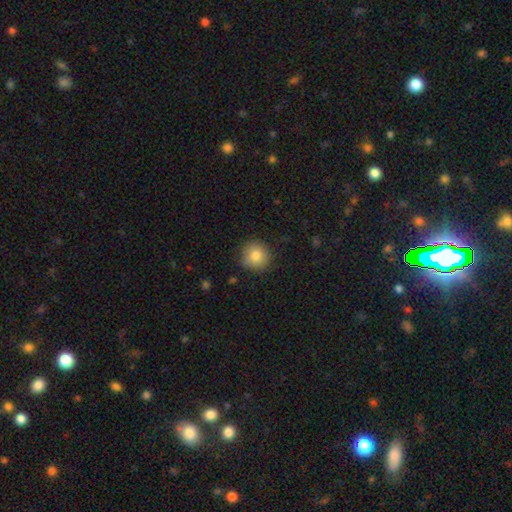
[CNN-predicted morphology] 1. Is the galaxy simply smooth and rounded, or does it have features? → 82% smooth, 9% star or artifact, 8% featured or disk.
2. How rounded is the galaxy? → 92% round, 7% in between, 1% cigar-shaped.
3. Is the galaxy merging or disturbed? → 86% none, 11% minor disturbance, 2% major disturbance, 1% merger.